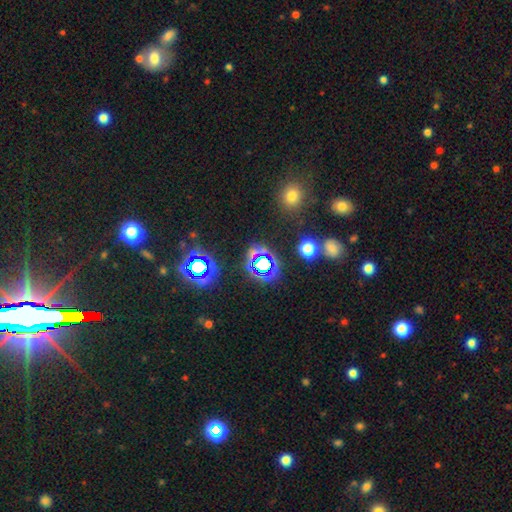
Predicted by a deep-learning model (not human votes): This appears to be a star or artifact, not a galaxy (66%).